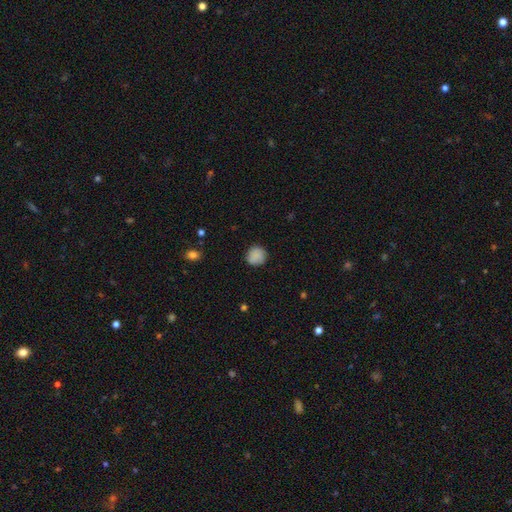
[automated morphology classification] Smooth or featured? Predicted: smooth (p=0.87). How rounded? Predicted: round (p=0.90). Merging? Predicted: none (p=0.84).